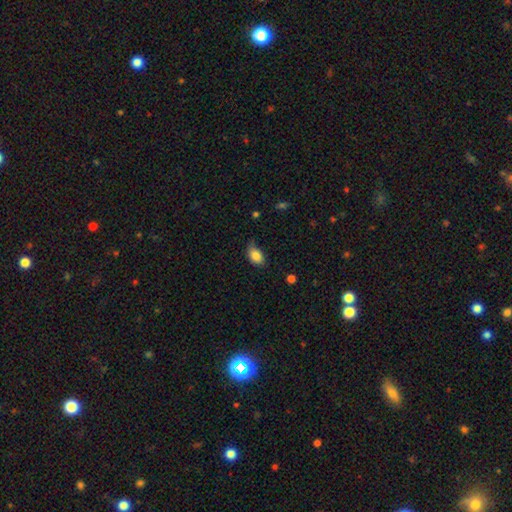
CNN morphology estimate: This is clearly a smooth galaxy (85%). How rounded: clearly in between (85%). Merging: likely none (61%).